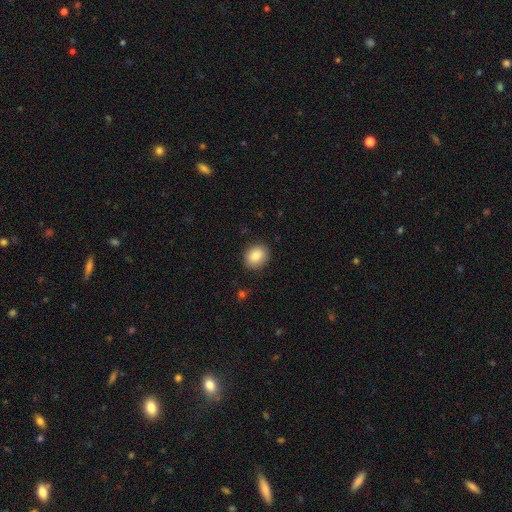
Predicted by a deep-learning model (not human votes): This is clearly a smooth galaxy (85%). How rounded: possibly round (59%). Merging: clearly none (88%).